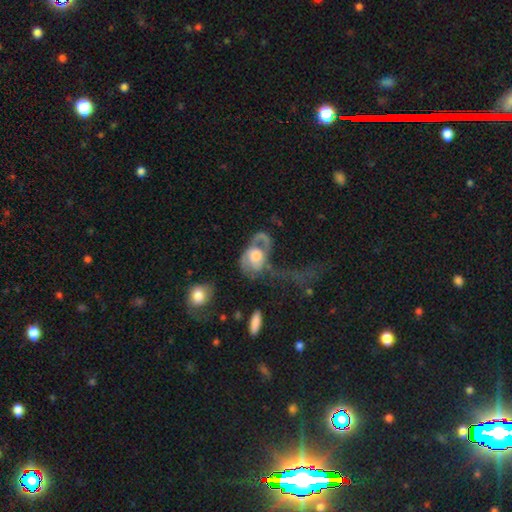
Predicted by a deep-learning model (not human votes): featured or disk 64%, smooth 29%, star or artifact 7%. Down the decision tree: edge-on disk — no (95%); bar — no (76%); spiral arms — yes (69%); bulge size — moderate (46%); merging — major disturbance (57%).